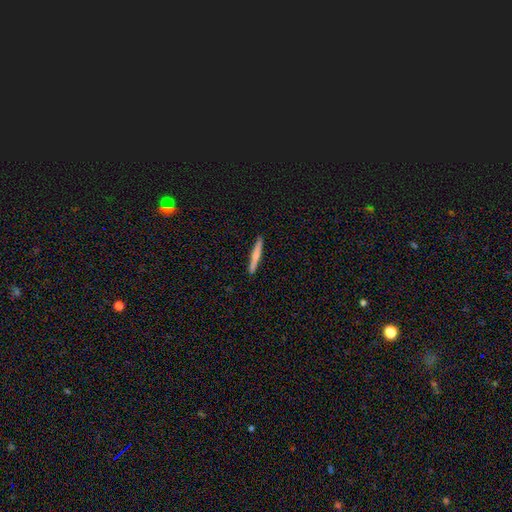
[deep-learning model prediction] A smooth galaxy with no disk features (64%) that is cigar-shaped (96%). Merging: none (90%).